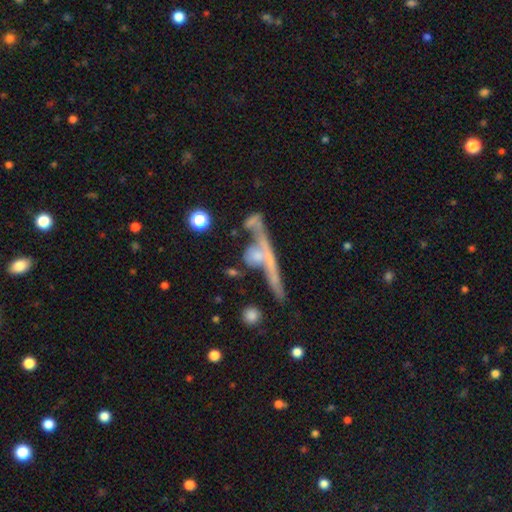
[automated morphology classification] Smooth or featured: smooth — 45% (featured or disk — 42%)
Merging: merger — 37% (none — 36%)